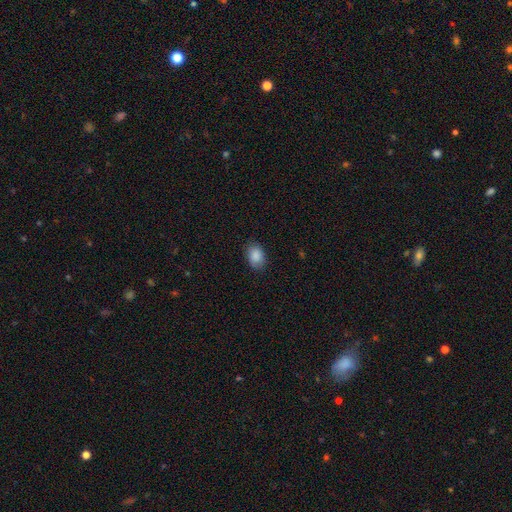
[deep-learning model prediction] Smooth or featured?
  - smooth: 89% *
  - star or artifact: 8%
  - featured or disk: 4%
How rounded?
  - in between: 81% *
  - round: 18%
  - cigar-shaped: 1%
Merging?
  - none: 85% *
  - minor disturbance: 11%
  - major disturbance: 3%
  - merger: 1%